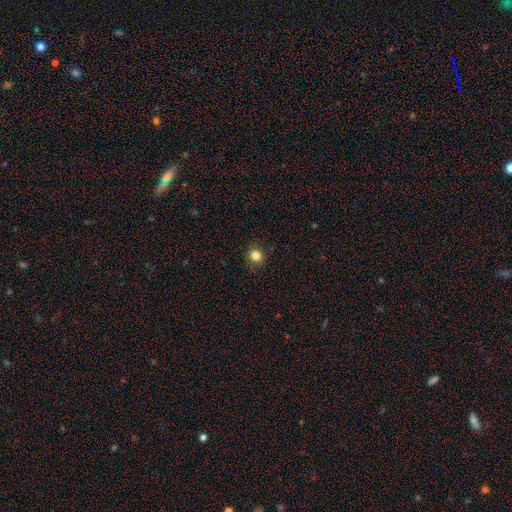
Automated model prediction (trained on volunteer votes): smooth_or_featured: smooth (p=0.83) [alt: star or artifact p=0.12]
how_rounded: round (p=0.88) [alt: in between p=0.11]
merging: none (p=0.90) [alt: minor disturbance p=0.07]